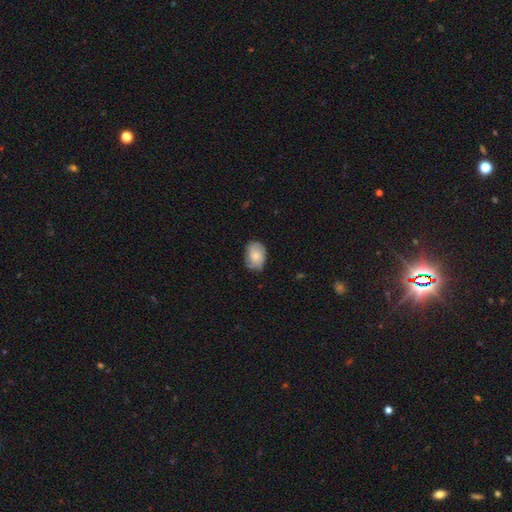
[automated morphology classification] Smooth or featured? smooth (62%)
How rounded? in between (75%)
Merging? none (70%)